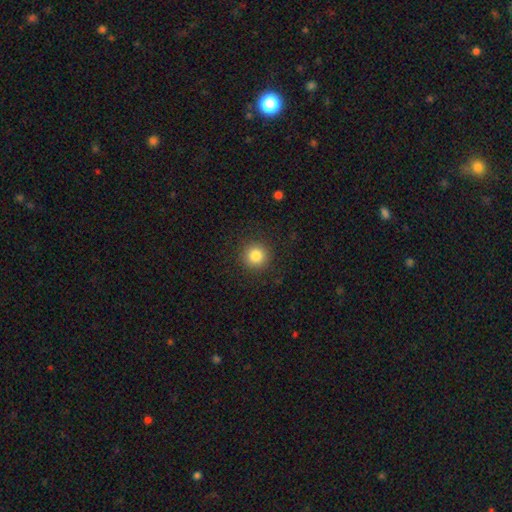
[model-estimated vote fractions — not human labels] smooth 83%, star or artifact 11%, featured or disk 6%. Down the decision tree: how rounded — round (95%); merging — none (91%).